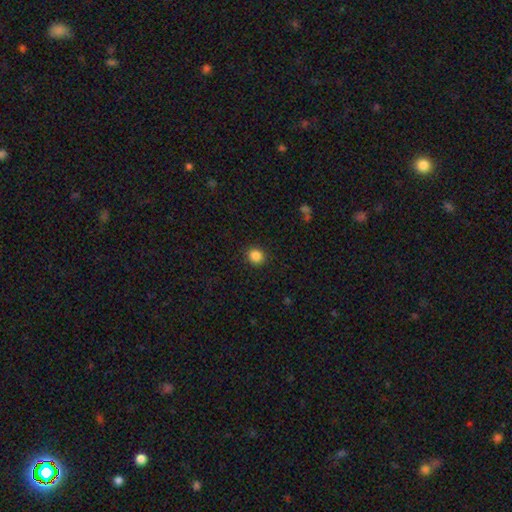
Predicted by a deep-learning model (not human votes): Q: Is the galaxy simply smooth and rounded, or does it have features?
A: smooth — 86%.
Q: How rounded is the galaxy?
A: round — 88%.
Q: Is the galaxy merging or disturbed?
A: none — 91%.